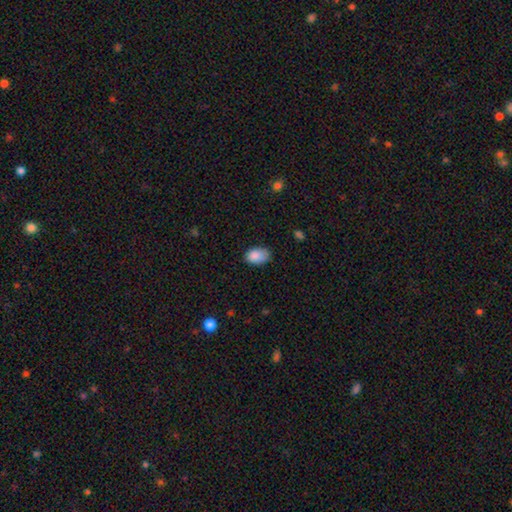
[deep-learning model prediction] smooth-or-featured: smooth: 88% | star or artifact: 8% | featured or disk: 5%
  how-rounded: in between: 89% | round: 10% | cigar-shaped: 1%
  merging: none: 70% | minor disturbance: 25% | major disturbance: 5% | merger: 1%